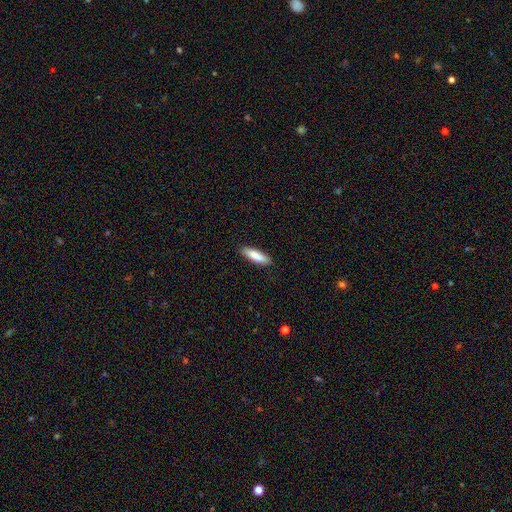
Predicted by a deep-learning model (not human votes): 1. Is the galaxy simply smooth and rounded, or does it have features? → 86% smooth, 9% featured or disk, 6% star or artifact.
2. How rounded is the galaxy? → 56% cigar-shaped, 43% in between, 2% round.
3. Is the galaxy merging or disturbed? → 87% none, 10% minor disturbance, 2% major disturbance, 1% merger.